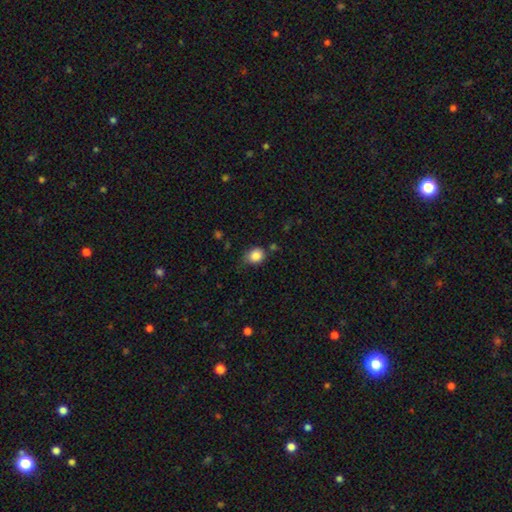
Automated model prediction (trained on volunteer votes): Smooth or featured? smooth (85%)
How rounded? round (62%)
Merging? none (66%)